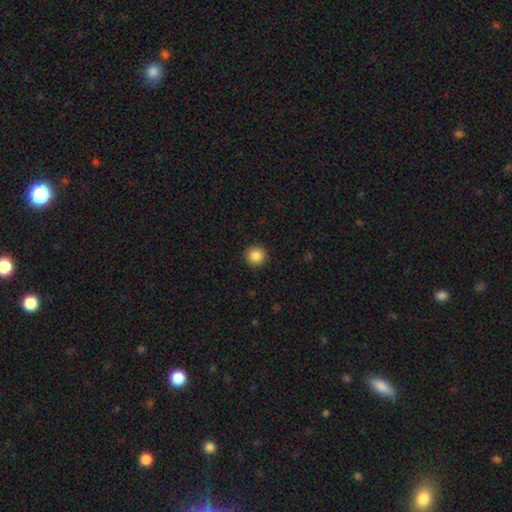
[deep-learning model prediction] A smooth galaxy with no disk features (87%) that is round (94%).

Vote fractions:
- Smooth or featured? smooth: 87% / star or artifact: 10% / featured or disk: 4%
- How rounded? round: 94% / in between: 5% / cigar-shaped: 1%
- Merging? none: 92% / minor disturbance: 5% / major disturbance: 2% / merger: 1%